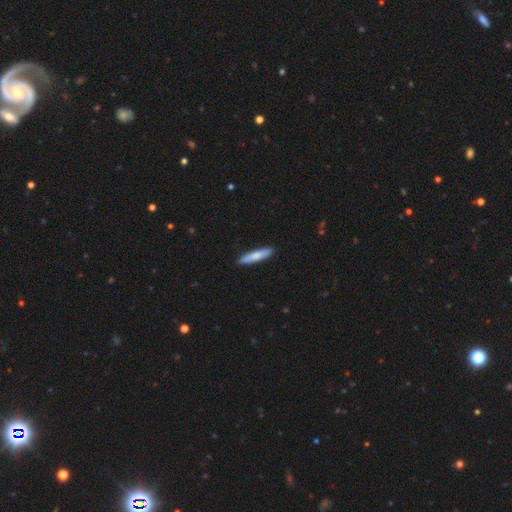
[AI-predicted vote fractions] smooth_or_featured: smooth (p=0.75) [alt: featured or disk p=0.20]
how_rounded: cigar-shaped (p=0.87) [alt: in between p=0.12]
merging: none (p=0.91) [alt: minor disturbance p=0.07]